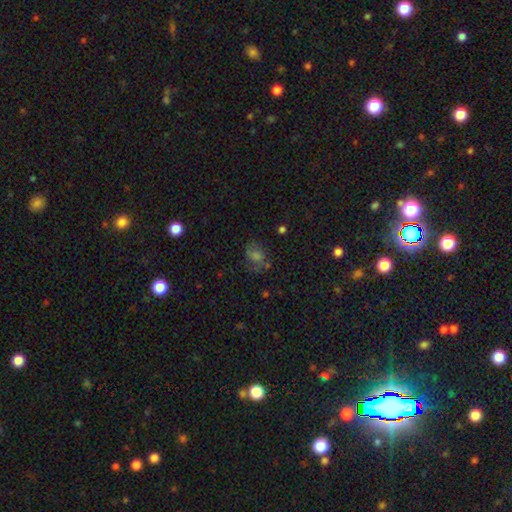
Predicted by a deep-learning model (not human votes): Morphology: type=smooth (48%); merging=none (60%).